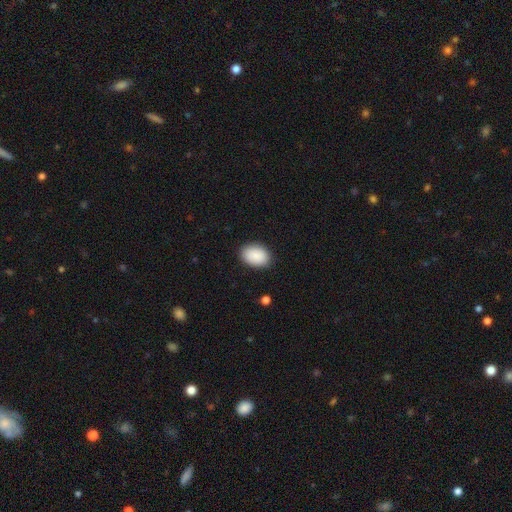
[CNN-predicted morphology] Q: Smooth or featured?
A: smooth (91%); runner-up: star or artifact (6%)
Q: How rounded?
A: in between (83%); runner-up: round (16%)
Q: Merging?
A: none (87%); runner-up: minor disturbance (9%)